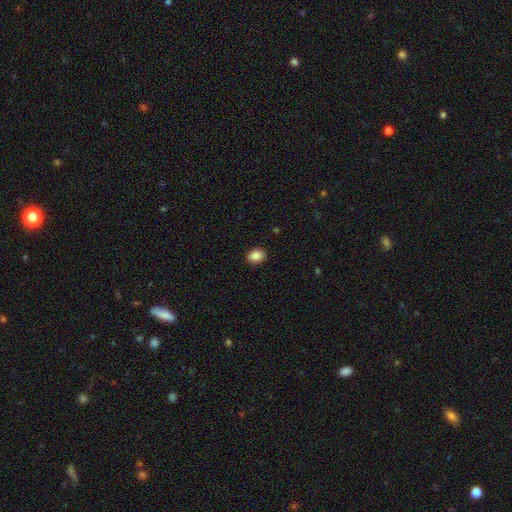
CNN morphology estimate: Smooth or featured?
  - smooth: 87% *
  - star or artifact: 9%
  - featured or disk: 4%
How rounded?
  - in between: 64% *
  - round: 35%
  - cigar-shaped: 1%
Merging?
  - none: 91% *
  - minor disturbance: 6%
  - major disturbance: 2%
  - merger: 1%